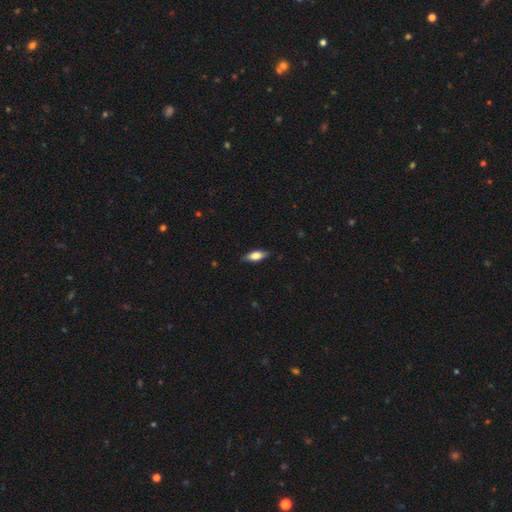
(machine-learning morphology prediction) A smooth galaxy with no disk features (68%) that is in between round and cigar-shaped (72%). Merging: none (85%).